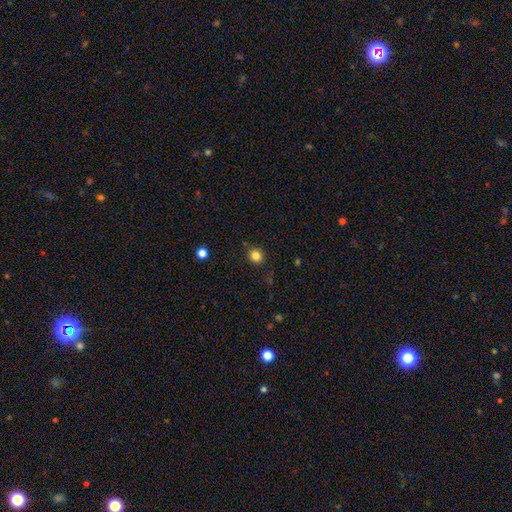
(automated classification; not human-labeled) This is clearly a smooth galaxy (83%). How rounded: clearly round (85%). Merging: clearly none (87%).